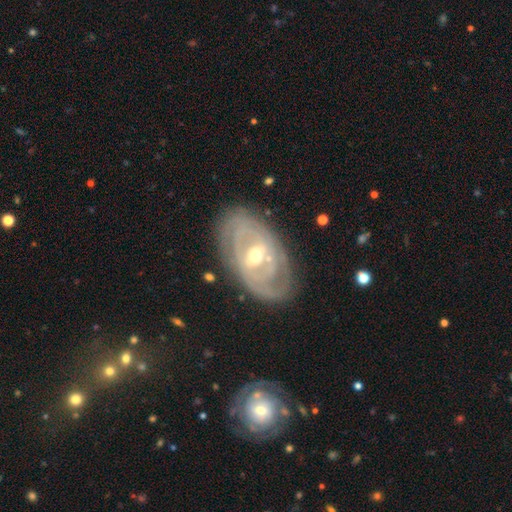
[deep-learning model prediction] A featured or disk galaxy (84%) with a weak bar (46%), tight (72%) spiral arms (85%) and a moderate central bulge (62%). Merging: none (78%).